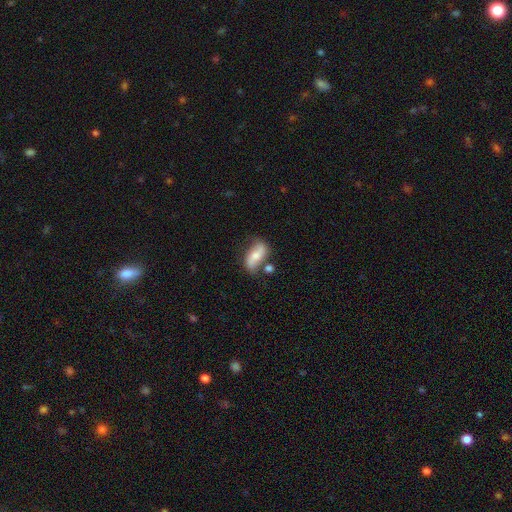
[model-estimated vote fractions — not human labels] smooth 48%, featured or disk 44%, star or artifact 8%. Down the decision tree: merging — none (59%).